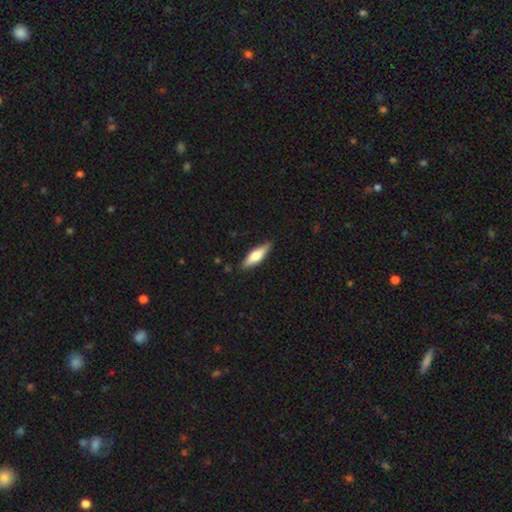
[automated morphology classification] This is possibly a smooth galaxy (56%). How rounded: possibly cigar-shaped (57%). Merging: clearly none (87%).